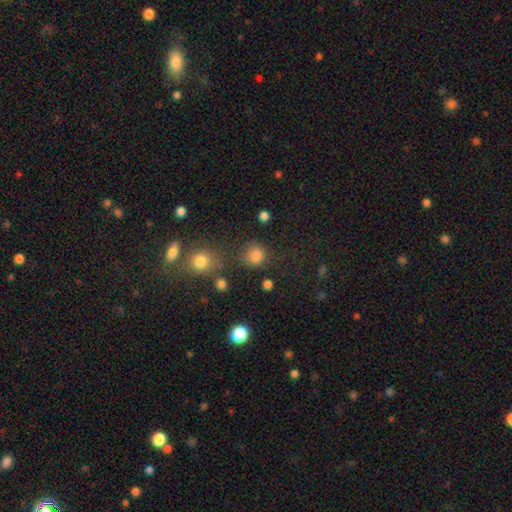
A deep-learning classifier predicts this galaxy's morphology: Smooth or featured?
  - smooth: 80% *
  - star or artifact: 15%
  - featured or disk: 5%
How rounded?
  - round: 87% *
  - in between: 11%
  - cigar-shaped: 1%
Merging?
  - none: 72% *
  - minor disturbance: 13%
  - merger: 8%
  - major disturbance: 7%